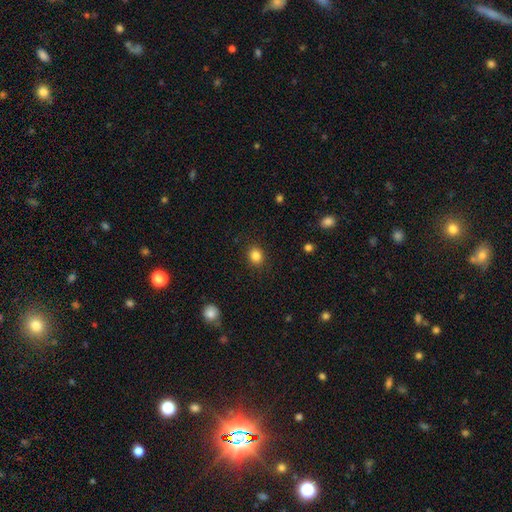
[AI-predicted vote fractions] Smooth or featured: smooth — 84% (star or artifact — 11%)
How rounded: round — 72% (in between — 27%)
Merging: none — 90% (minor disturbance — 7%)